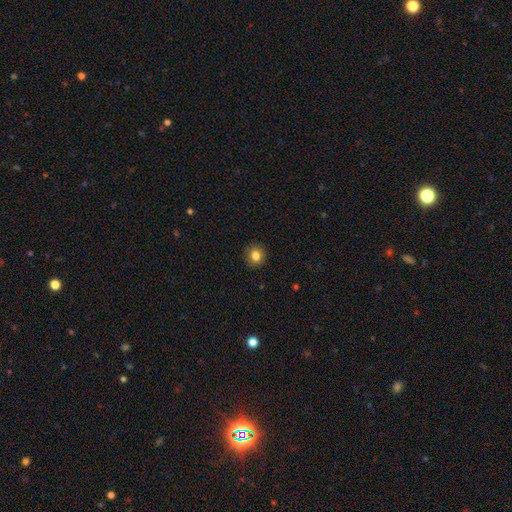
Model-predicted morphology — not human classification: This is clearly a smooth galaxy (82%). How rounded: clearly round (81%). Merging: clearly none (90%).